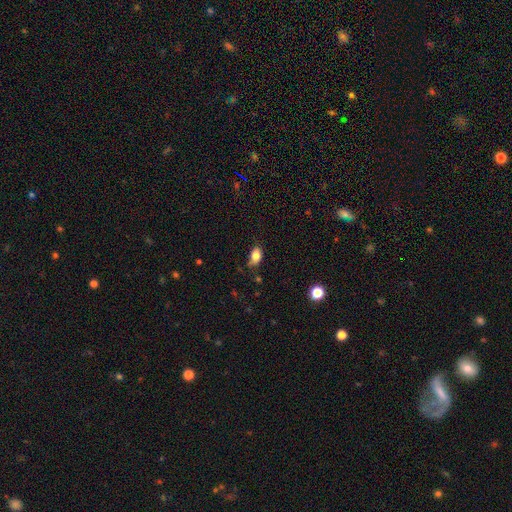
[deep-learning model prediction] smooth-or-featured: smooth: 82% | featured or disk: 9% | star or artifact: 9%
  how-rounded: in between: 86% | round: 12% | cigar-shaped: 2%
  merging: none: 63% | minor disturbance: 28% | major disturbance: 6% | merger: 3%